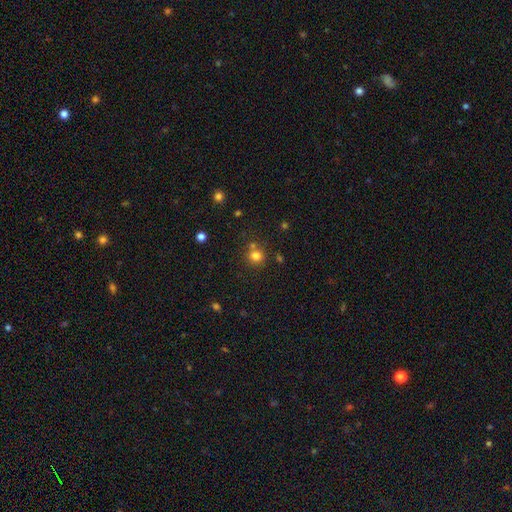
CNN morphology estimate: A smooth galaxy with no disk features (78%) that is round (89%).

Vote fractions:
- Smooth or featured? smooth: 78% / star or artifact: 15% / featured or disk: 7%
- How rounded? round: 89% / in between: 10% / cigar-shaped: 1%
- Merging? none: 72% / merger: 16% / minor disturbance: 9% / major disturbance: 3%